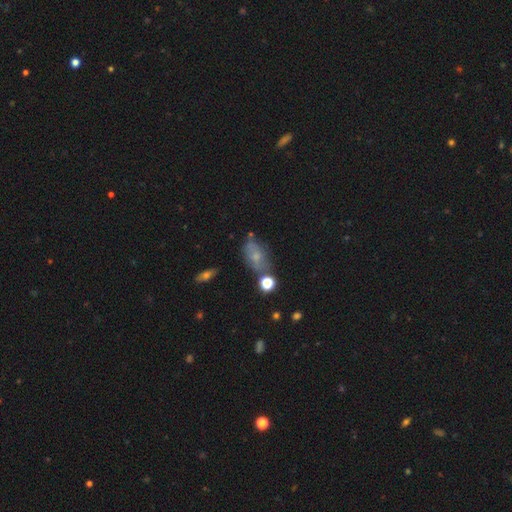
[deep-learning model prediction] Smooth or featured? smooth (60%)
How rounded? in between (83%)
Merging? none (53%)